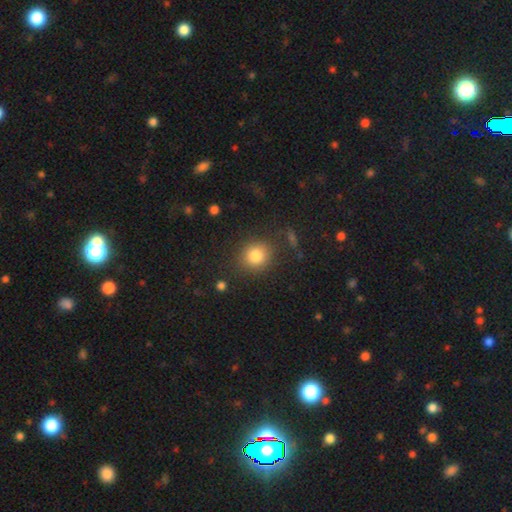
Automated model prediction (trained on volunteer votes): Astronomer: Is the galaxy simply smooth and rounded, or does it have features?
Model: smooth — 82%.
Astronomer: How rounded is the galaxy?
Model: round — 82%.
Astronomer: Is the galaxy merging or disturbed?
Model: none — 83%.